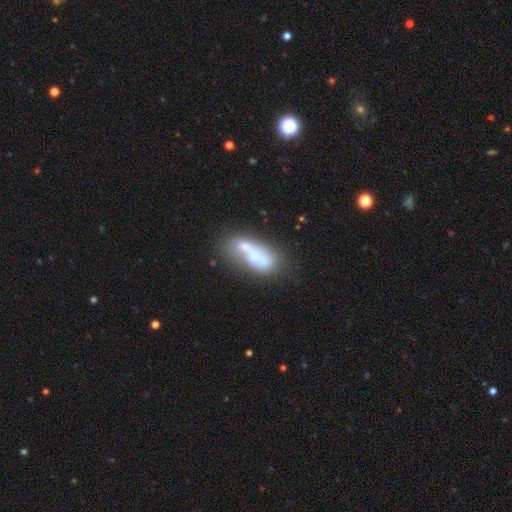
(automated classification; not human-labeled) A smooth galaxy with no disk features (49%). Merging: merger (45%).